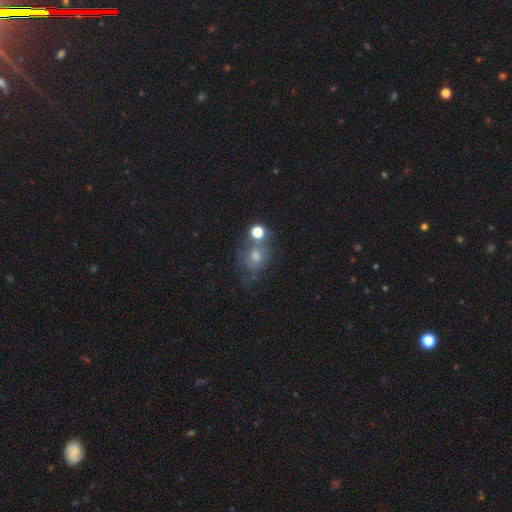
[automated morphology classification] A smooth galaxy with no disk features (45%).

Vote fractions:
- Smooth or featured? smooth: 45% / star or artifact: 29% / featured or disk: 26%
- Merging? none: 49% / merger: 22% / minor disturbance: 18% / major disturbance: 11%